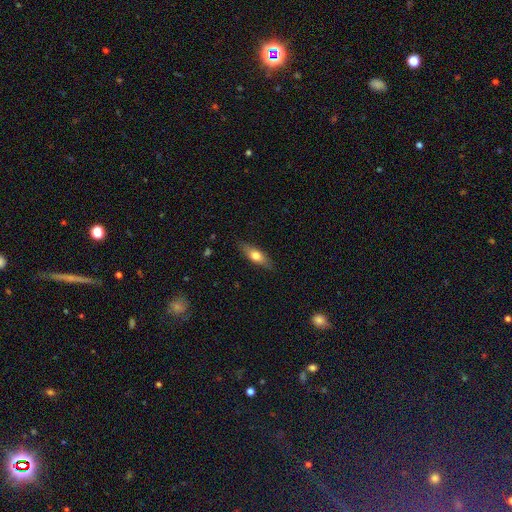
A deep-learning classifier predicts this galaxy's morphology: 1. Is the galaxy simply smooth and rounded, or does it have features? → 63% smooth, 31% featured or disk, 6% star or artifact.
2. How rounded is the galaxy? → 55% in between, 42% cigar-shaped, 3% round.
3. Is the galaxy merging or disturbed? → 85% none, 11% minor disturbance, 2% major disturbance, 1% merger.